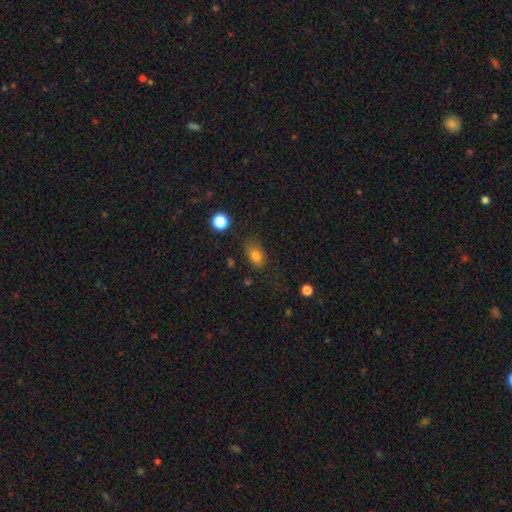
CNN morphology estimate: The model was most divided on "merging": none: 73%, minor disturbance: 20%, major disturbance: 5%, merger: 2%. More confident: smooth or featured — smooth (80%); how rounded — in between (77%).